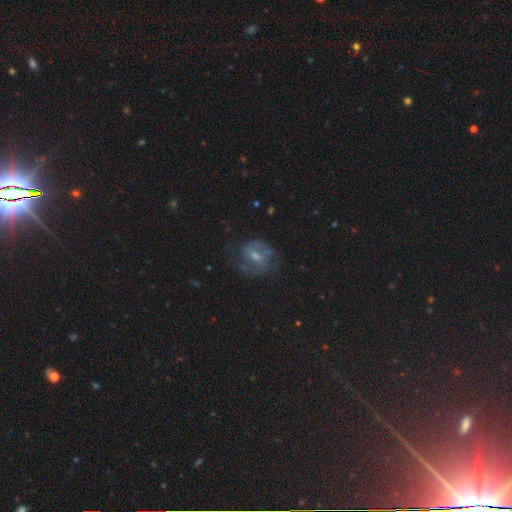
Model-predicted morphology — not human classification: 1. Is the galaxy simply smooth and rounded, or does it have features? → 66% featured or disk, 19% smooth, 15% star or artifact.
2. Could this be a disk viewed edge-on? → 97% no, 3% yes.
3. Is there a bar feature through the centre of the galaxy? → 51% weak, 31% no, 18% strong.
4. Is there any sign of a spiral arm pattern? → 87% yes, 13% no.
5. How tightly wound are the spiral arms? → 49% medium, 33% tight, 18% loose.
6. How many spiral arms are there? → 69% 2, 19% can't tell, 5% 1, 4% 3, 2% 4, 2% more than 4.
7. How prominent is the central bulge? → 48% moderate, 40% small, 6% none, 5% large, 1% dominant.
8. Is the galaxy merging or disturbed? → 69% none, 17% minor disturbance, 12% major disturbance, 1% merger.